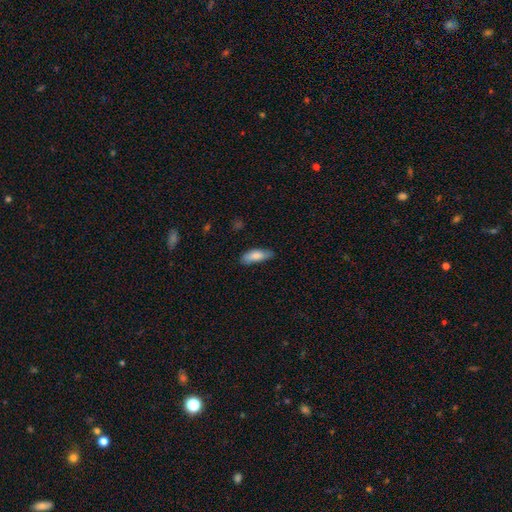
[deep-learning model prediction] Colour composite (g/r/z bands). It shows a smooth galaxy with no disk features (83%) that is in between round and cigar-shaped (67%). Merging: none (71%).